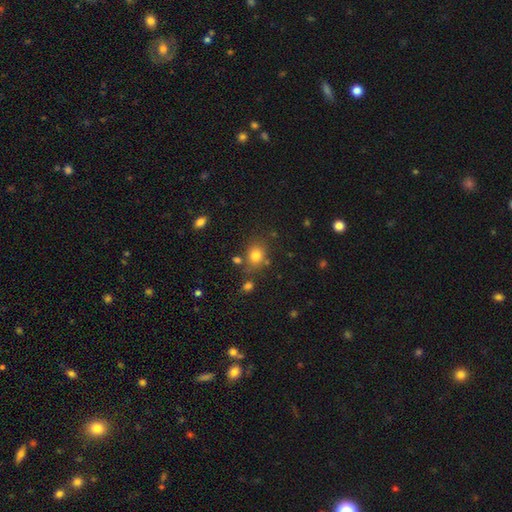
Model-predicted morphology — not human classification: A smooth galaxy with no disk features (78%) that is round (65%). Merging: none (72%).